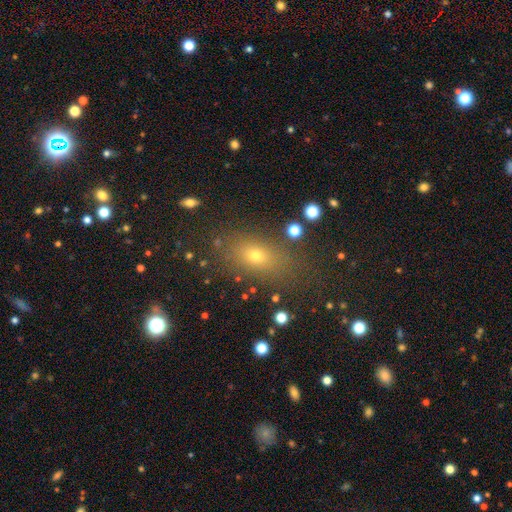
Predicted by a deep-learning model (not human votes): Smooth or featured: smooth — 67% (star or artifact — 19%)
How rounded: in between — 72% (round — 21%)
Merging: none — 79% (minor disturbance — 12%)